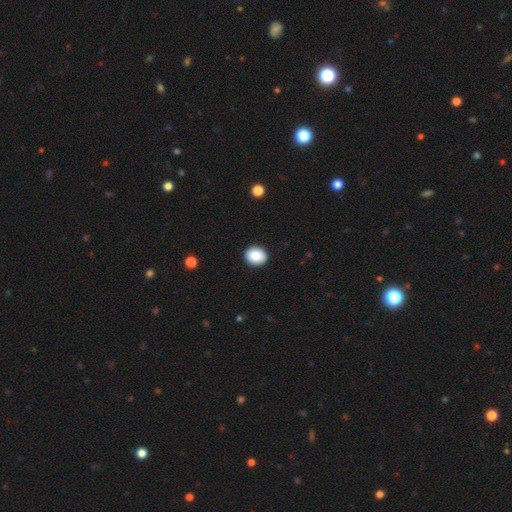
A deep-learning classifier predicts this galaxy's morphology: Smooth or featured: smooth — 88% (star or artifact — 8%)
How rounded: round — 61% (in between — 38%)
Merging: none — 91% (minor disturbance — 6%)